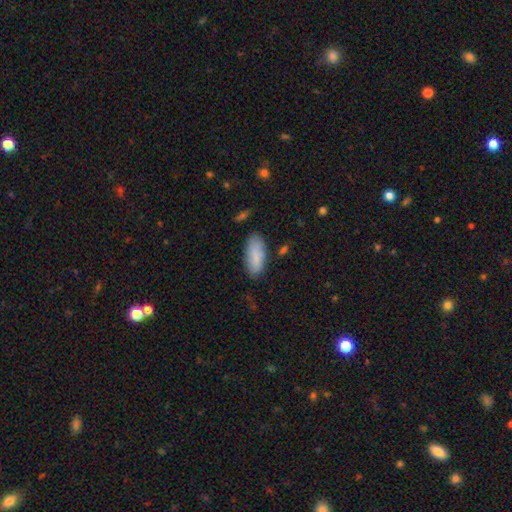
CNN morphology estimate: Smooth or featured?
  - smooth: 85% *
  - featured or disk: 9%
  - star or artifact: 6%
How rounded?
  - in between: 85% *
  - cigar-shaped: 13%
  - round: 2%
Merging?
  - none: 77% *
  - minor disturbance: 17%
  - major disturbance: 4%
  - merger: 3%